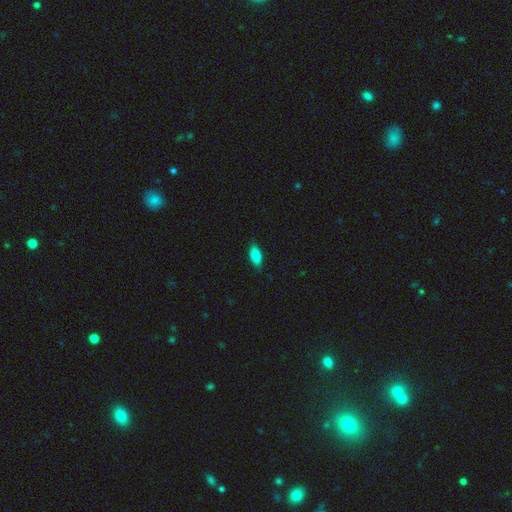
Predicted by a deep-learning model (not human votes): This appears to be a smooth galaxy with no disk features (83%) that is in between round and cigar-shaped (84%). Merging: none (87%).